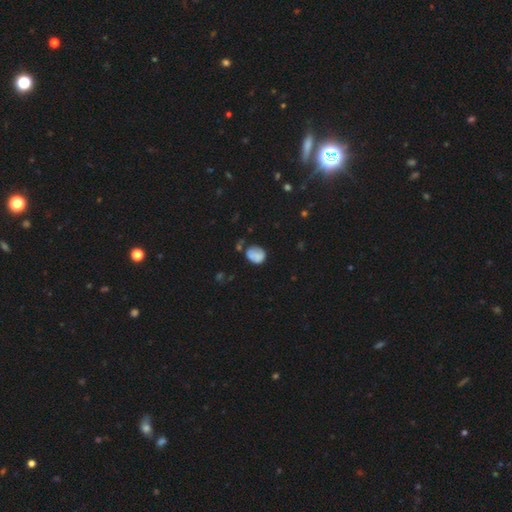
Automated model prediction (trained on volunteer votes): smooth 77%, featured or disk 13%, star or artifact 10%. Down the decision tree: how rounded — round (56%); merging — none (55%).